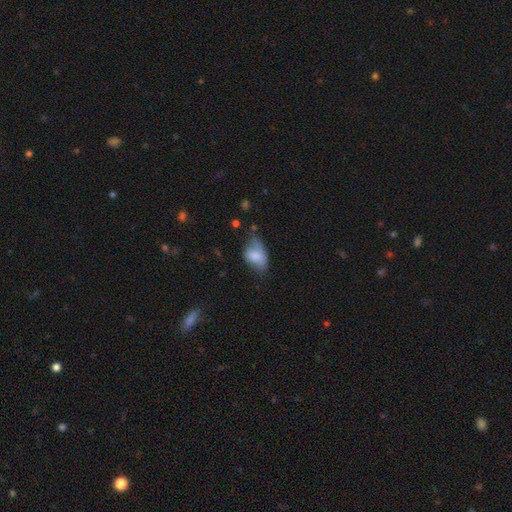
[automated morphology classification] A smooth galaxy with no disk features (74%) that is in between round and cigar-shaped (89%). Merging: minor disturbance (41%).